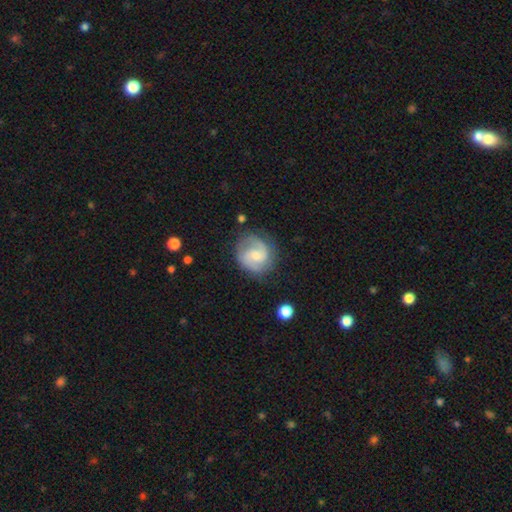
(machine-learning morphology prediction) A featured or disk galaxy (72%) with a weak bar (47%), 2 (81%) medium (49%) spiral arms (94%) and a small central bulge (46%).

Vote fractions:
- Smooth or featured? featured or disk: 72% / smooth: 22% / star or artifact: 6%
- Edge-on disk? no: 98% / yes: 2%
- Bar? weak: 47% / no: 46% / strong: 8%
- Spiral arms? yes: 94% / no: 6%
- Spiral winding? medium: 49% / tight: 29% / loose: 21%
- Spiral arm count? 2: 81% / can't tell: 8% / 1: 5% / 3: 4% / 4: 1% / more than 4: 1%
- Bulge size? small: 46% / moderate: 40% / none: 8% / large: 4% / dominant: 1%
- Merging? none: 73% / minor disturbance: 18% / major disturbance: 8% / merger: 2%